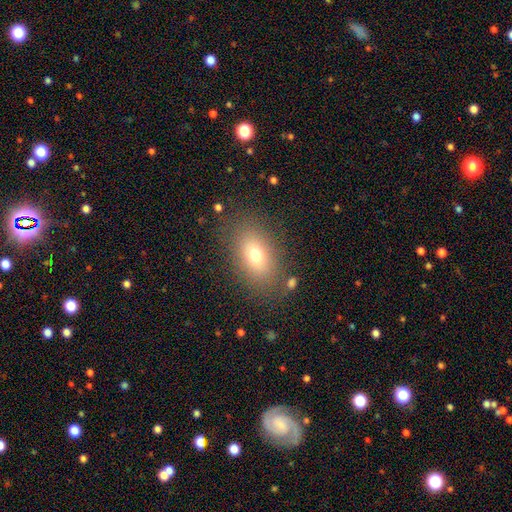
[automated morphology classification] The model was most divided on "smooth or featured": smooth: 71%, featured or disk: 16%, star or artifact: 13%. More confident: how rounded — in between (84%); merging — none (83%).